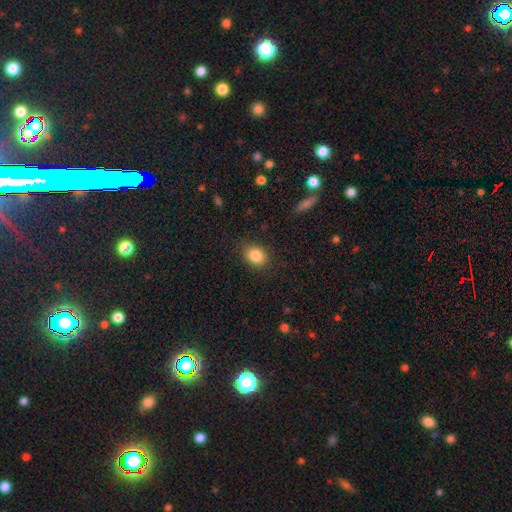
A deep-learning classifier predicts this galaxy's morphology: Smooth or featured? smooth (85%)
How rounded? in between (57%)
Merging? none (86%)